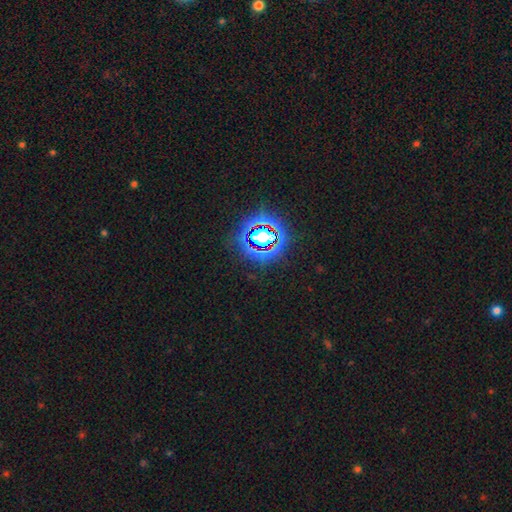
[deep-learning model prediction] Q: Smooth or featured?
A: star or artifact (82%); runner-up: smooth (11%)